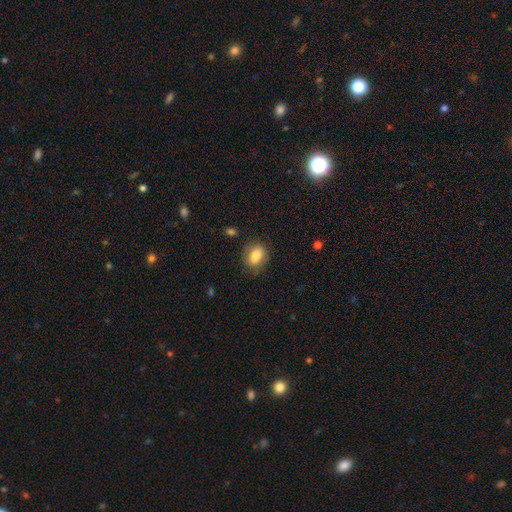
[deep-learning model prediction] Morphology: type=smooth (81%); roundness=in between (67%); merging=none (77%).